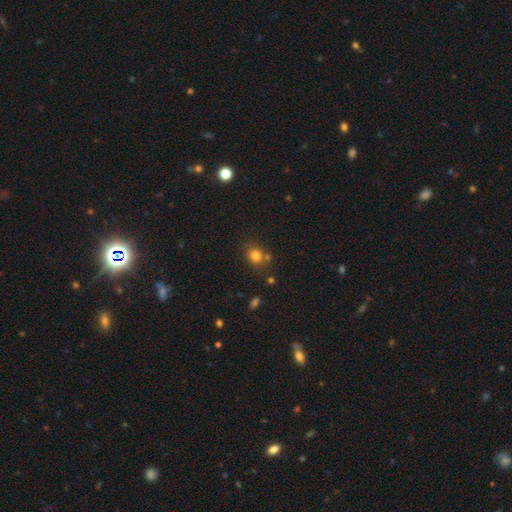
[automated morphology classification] Smooth or featured? smooth (79%)
How rounded? round (71%)
Merging? none (69%)